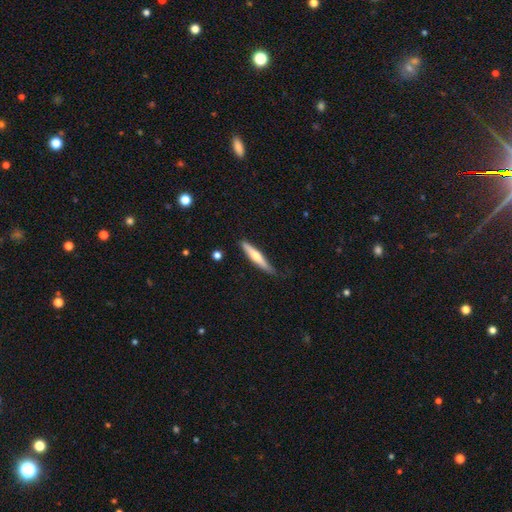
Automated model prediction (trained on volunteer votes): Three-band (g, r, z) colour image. It shows a smooth galaxy with no disk features (50%) that is cigar-shaped (89%). Merging: none (75%).